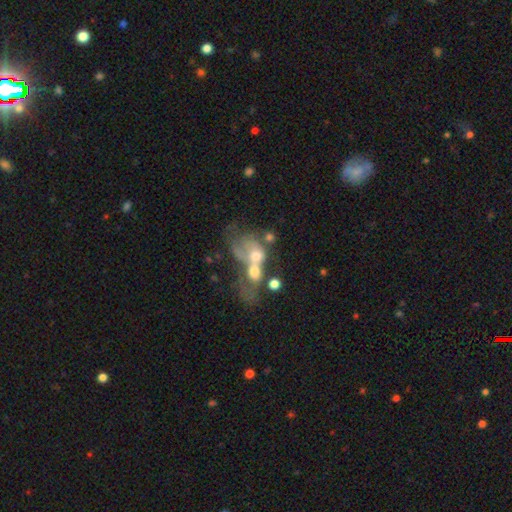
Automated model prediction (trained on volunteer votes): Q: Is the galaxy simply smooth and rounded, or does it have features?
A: smooth — 44%.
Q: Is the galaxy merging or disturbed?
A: merger — 73%.